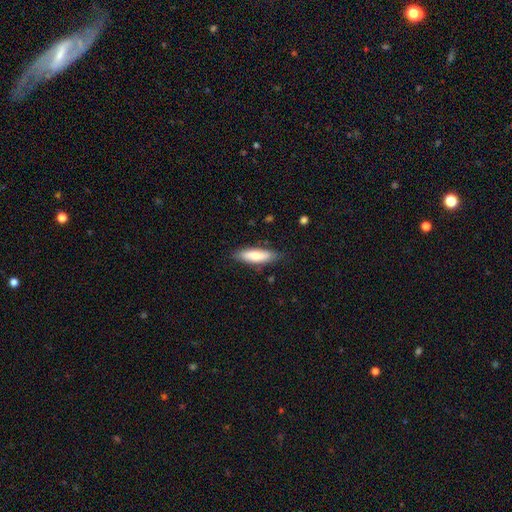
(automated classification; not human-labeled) Smooth or featured? Predicted: smooth (p=0.76). How rounded? Predicted: in between (p=0.52). Merging? Predicted: none (p=0.80).